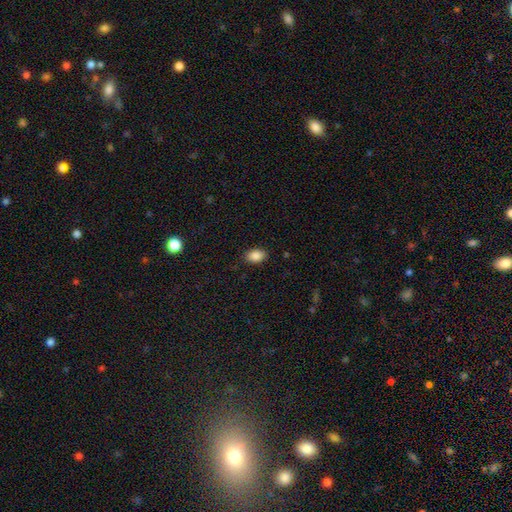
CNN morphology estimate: Q: Smooth or featured?
A: smooth (87%); runner-up: star or artifact (8%)
Q: How rounded?
A: in between (87%); runner-up: round (11%)
Q: Merging?
A: none (87%); runner-up: minor disturbance (9%)